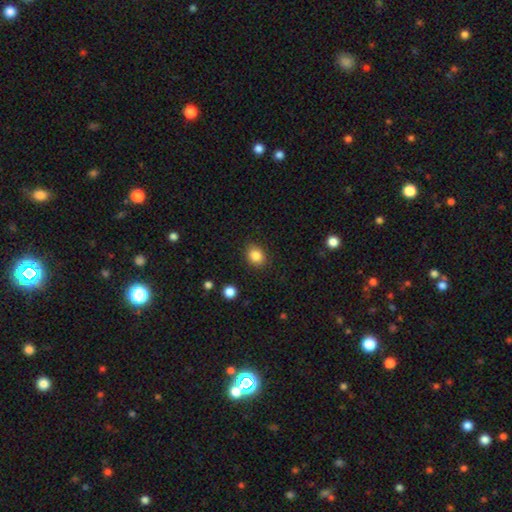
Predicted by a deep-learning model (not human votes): smooth 85%, star or artifact 10%, featured or disk 5%. Down the decision tree: how rounded — round (55%); merging — none (87%).